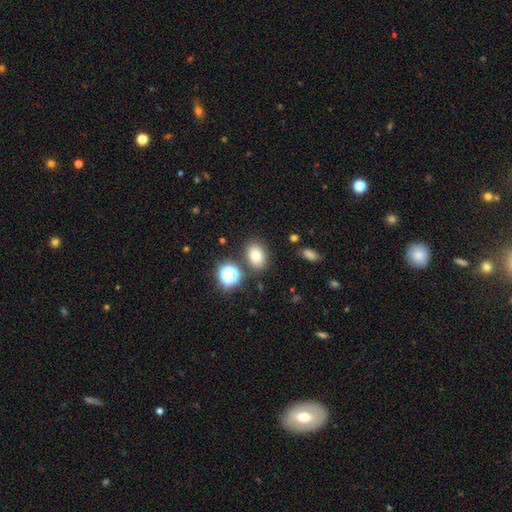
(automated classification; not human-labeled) This appears to be a smooth galaxy with no disk features (76%) that is in between round and cigar-shaped (71%). Merging: none (80%).